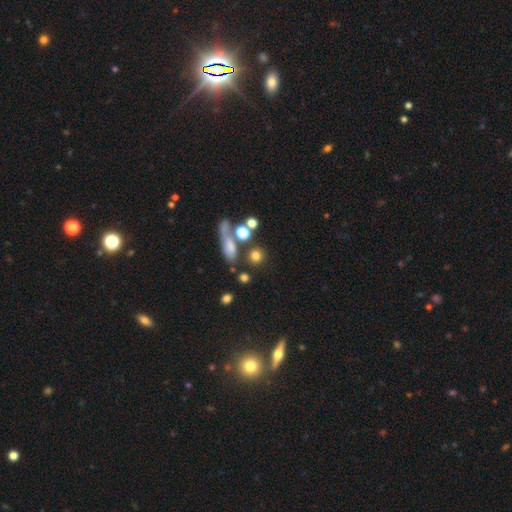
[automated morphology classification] Q: Smooth or featured?
A: smooth (76%); runner-up: star or artifact (14%)
Q: How rounded?
A: round (84%); runner-up: in between (12%)
Q: Merging?
A: none (69%); runner-up: merger (16%)